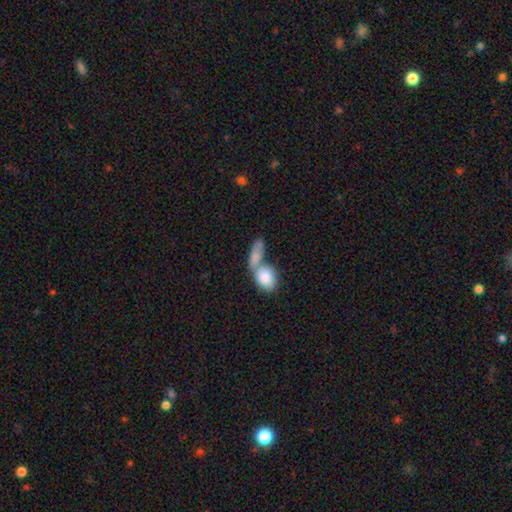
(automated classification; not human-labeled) smooth-or-featured: smooth: 80% | featured or disk: 14% | star or artifact: 7%
  how-rounded: in between: 75% | round: 14% | cigar-shaped: 11%
  merging: merger: 64% | none: 22% | minor disturbance: 8% | major disturbance: 6%